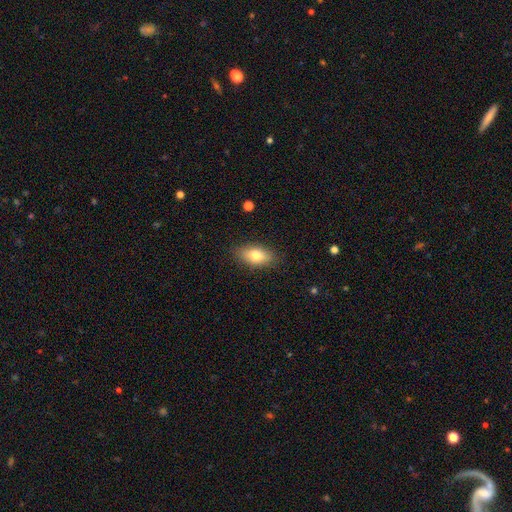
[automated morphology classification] Q: Smooth or featured?
A: smooth (76%); runner-up: featured or disk (17%)
Q: How rounded?
A: in between (86%); runner-up: cigar-shaped (7%)
Q: Merging?
A: none (86%); runner-up: minor disturbance (11%)